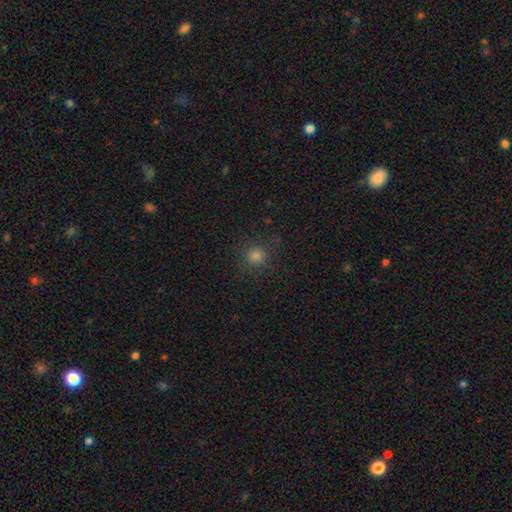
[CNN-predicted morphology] Smooth or featured?
  - smooth: 77% *
  - star or artifact: 18%
  - featured or disk: 5%
How rounded?
  - round: 94% *
  - in between: 5%
  - cigar-shaped: 1%
Merging?
  - none: 87% *
  - minor disturbance: 8%
  - major disturbance: 3%
  - merger: 1%